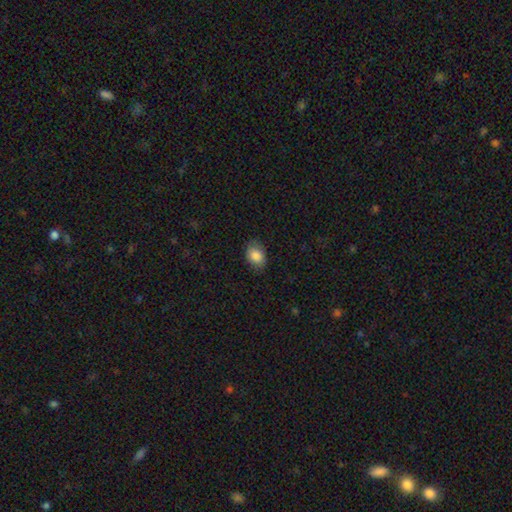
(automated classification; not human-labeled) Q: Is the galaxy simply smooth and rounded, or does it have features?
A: smooth — 85%.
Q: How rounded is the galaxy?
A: in between — 72%.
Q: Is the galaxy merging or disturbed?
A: none — 79%.